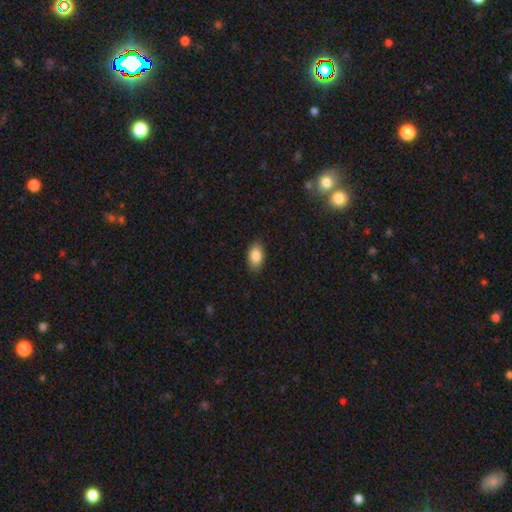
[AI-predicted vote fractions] smooth-or-featured: smooth: 86% | star or artifact: 7% | featured or disk: 7%
  how-rounded: in between: 92% | round: 6% | cigar-shaped: 2%
  merging: none: 87% | minor disturbance: 9% | major disturbance: 2% | merger: 1%